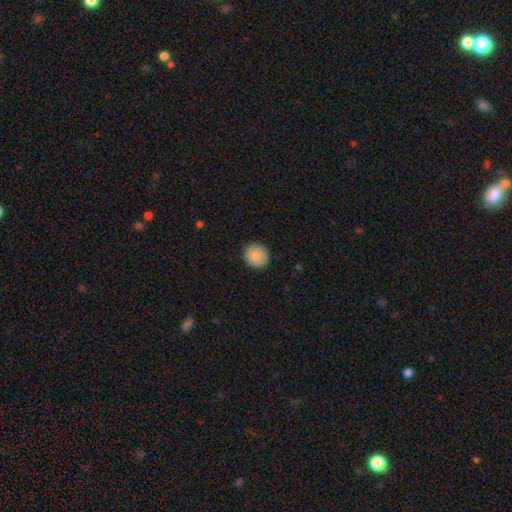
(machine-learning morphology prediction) smooth 85%, star or artifact 8%, featured or disk 7%. Down the decision tree: how rounded — round (88%); merging — none (90%).